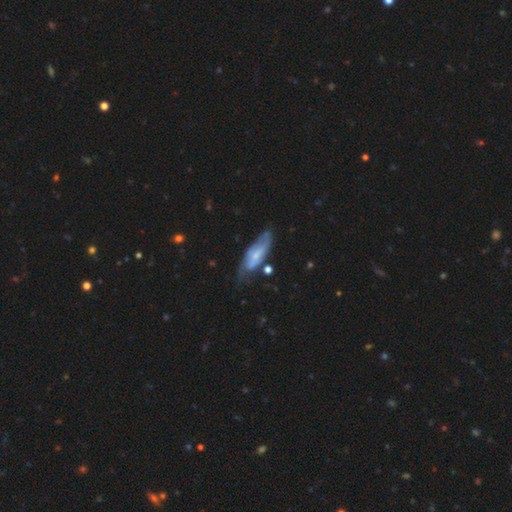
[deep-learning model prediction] This is possibly a featured or disk galaxy (53%). It is likely not viewed edge-on (78%). Merging: possibly none (53%).